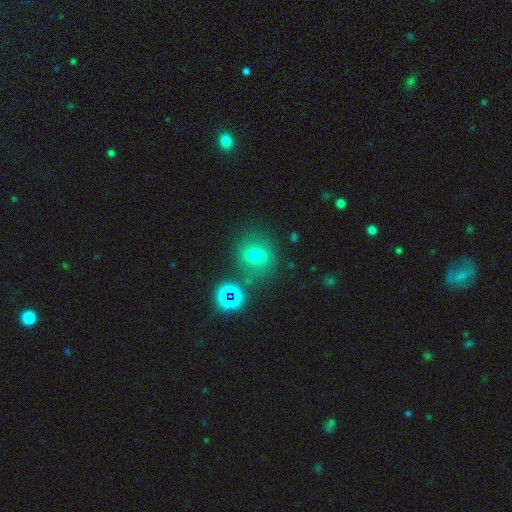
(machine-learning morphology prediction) smooth-or-featured: smooth: 65% | star or artifact: 21% | featured or disk: 15%
  how-rounded: round: 68% | in between: 31% | cigar-shaped: 2%
  merging: none: 71% | minor disturbance: 14% | merger: 10% | major disturbance: 6%